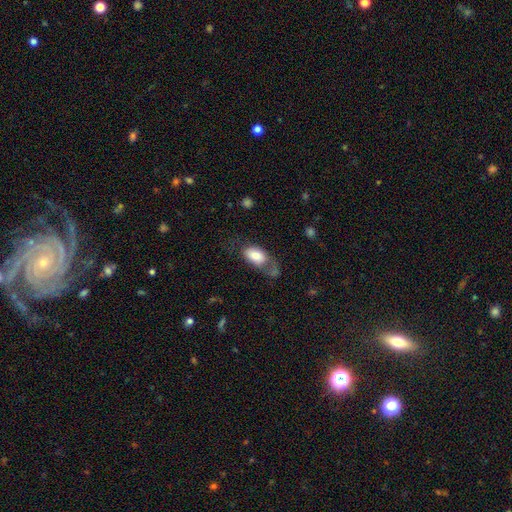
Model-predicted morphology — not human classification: Smooth or featured?
  - smooth: 78% *
  - featured or disk: 16%
  - star or artifact: 7%
How rounded?
  - in between: 93% *
  - round: 5%
  - cigar-shaped: 2%
Merging?
  - none: 38% *
  - major disturbance: 30%
  - minor disturbance: 25%
  - merger: 8%